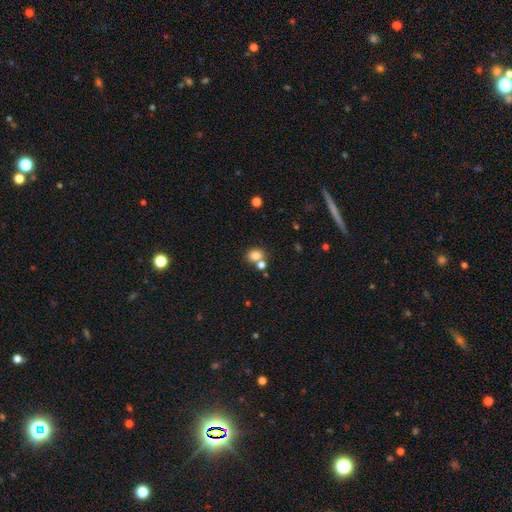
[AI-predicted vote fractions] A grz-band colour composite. It shows a smooth galaxy with no disk features (81%) that is round (59%). Merging: none (57%).